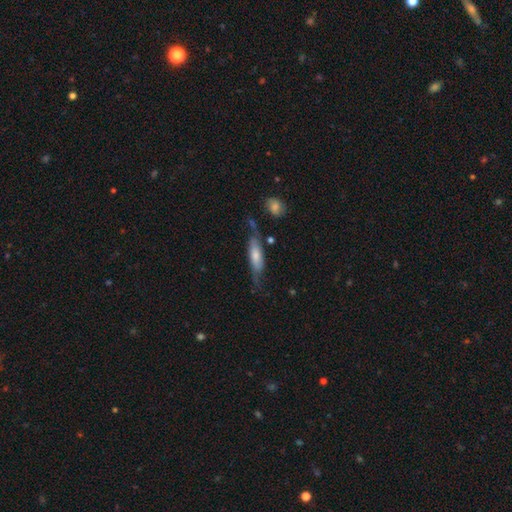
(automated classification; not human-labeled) Smooth or featured?
  - smooth: 54% *
  - featured or disk: 40%
  - star or artifact: 6%
How rounded?
  - in between: 49% * (tied)
  - cigar-shaped: 49% * (tied)
  - round: 3%
Merging?
  - none: 53% *
  - minor disturbance: 27%
  - major disturbance: 13%
  - merger: 6%